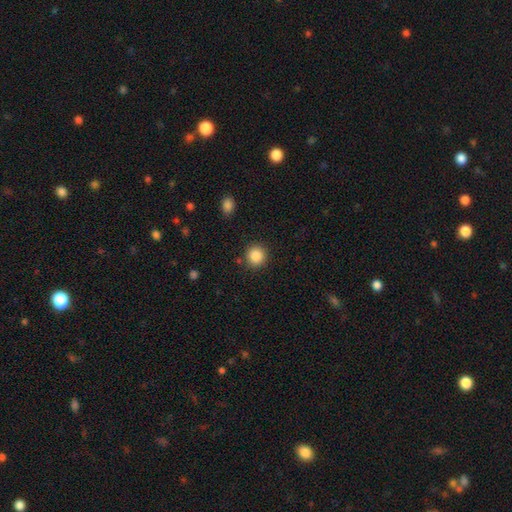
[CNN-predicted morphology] Smooth or featured?
  - smooth: 87% *
  - star or artifact: 9%
  - featured or disk: 3%
How rounded?
  - round: 91% *
  - in between: 8%
  - cigar-shaped: 1%
Merging?
  - none: 87% *
  - minor disturbance: 7%
  - major disturbance: 3%
  - merger: 2%